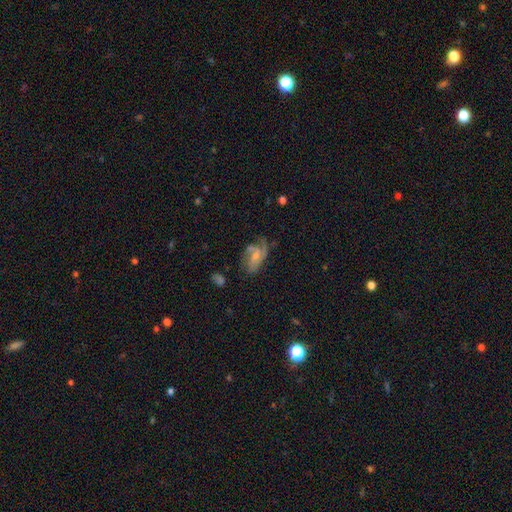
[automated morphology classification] Smooth or featured? featured or disk (63%)
Edge-on disk? no (95%)
Bar? no (52%)
Spiral arms? yes (82%)
Bulge size? small (55%)
Merging? none (43%)